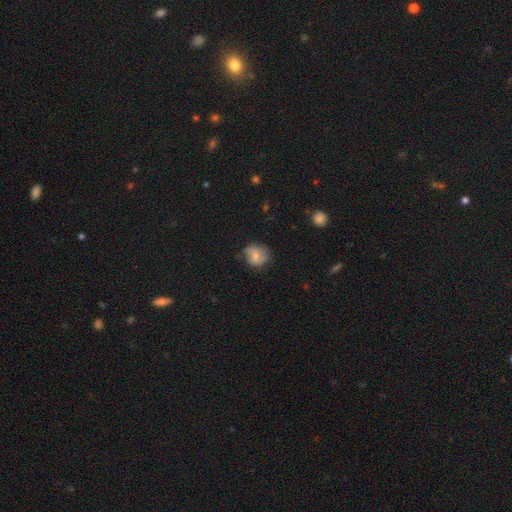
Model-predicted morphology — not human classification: This appears to be a smooth galaxy with no disk features (53%) that is round (75%). Merging: none (63%).